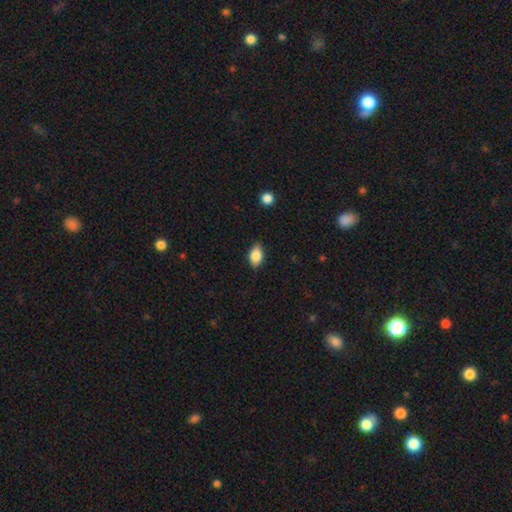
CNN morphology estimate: A smooth galaxy with no disk features (83%) that is in between round and cigar-shaped (88%). Merging: none (85%).